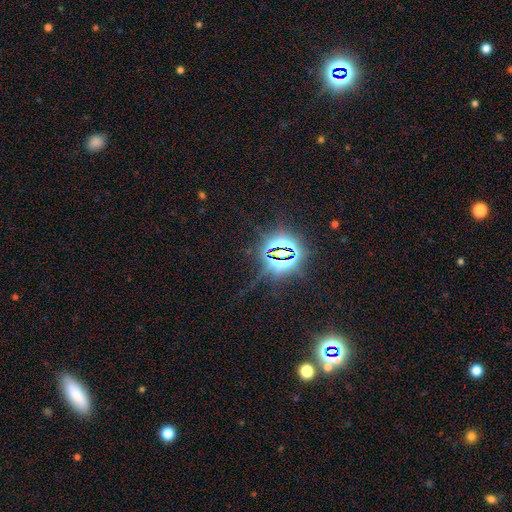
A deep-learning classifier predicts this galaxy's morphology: Smooth or featured? star or artifact (80%)